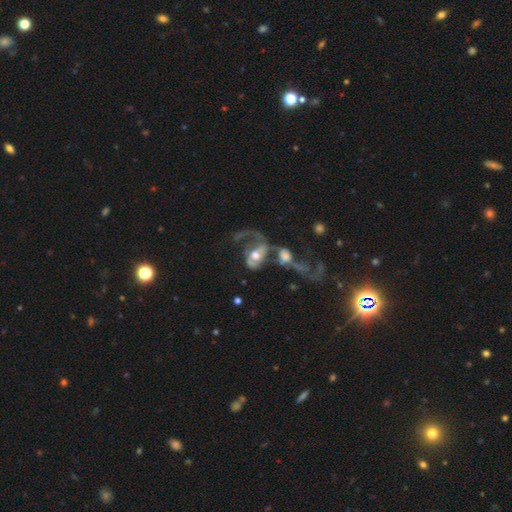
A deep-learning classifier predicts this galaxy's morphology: smooth-or-featured: featured or disk: 69% | smooth: 22% | star or artifact: 9%
  disk-edge-on: no: 96% | yes: 4%
    bar: no: 63% | weak: 27% | strong: 10%
    has-spiral-arms: yes: 73% | no: 27%
    bulge-size: moderate: 60% | large: 21% | small: 12% | none: 4% | dominant: 3%
  merging: merger: 60% | major disturbance: 25% | none: 10% | minor disturbance: 6%